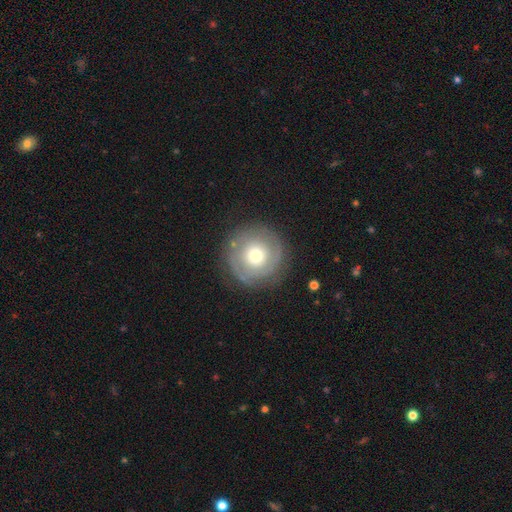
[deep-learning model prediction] Overall: featured or disk (47%; smooth 46%). Merging: none (81%).